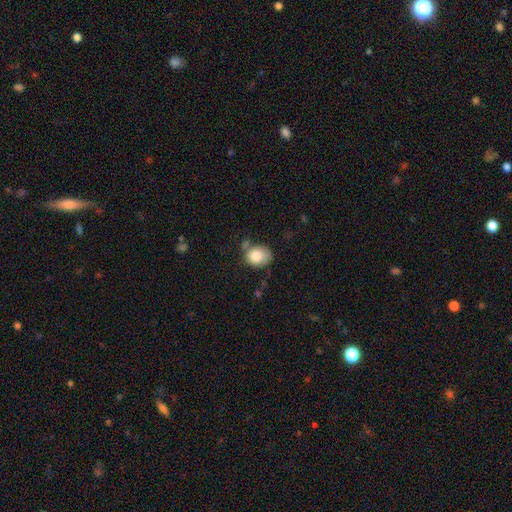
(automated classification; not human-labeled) The model was most divided on "how rounded": round: 54%, in between: 45%, cigar-shaped: 1%. More confident: smooth or featured — smooth (81%); merging — none (53%).